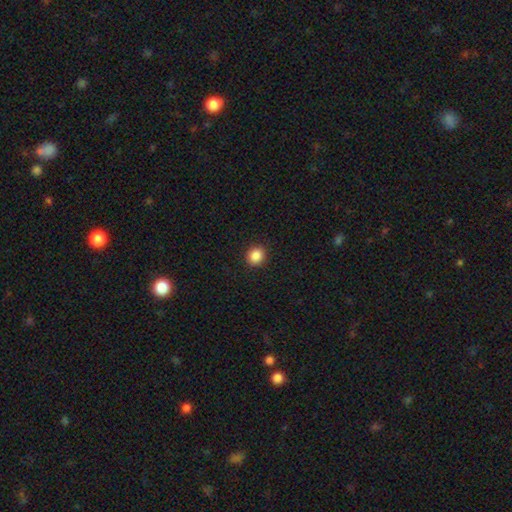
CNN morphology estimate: Smooth or featured? smooth (87%)
How rounded? round (78%)
Merging? none (91%)